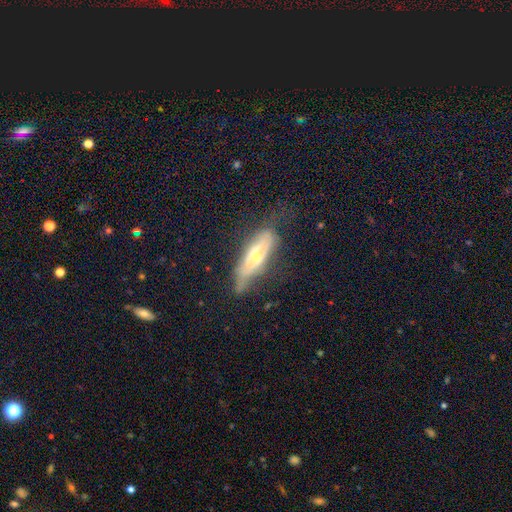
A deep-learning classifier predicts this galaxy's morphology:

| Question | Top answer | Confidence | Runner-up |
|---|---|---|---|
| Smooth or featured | featured or disk | 54% | smooth (38%) |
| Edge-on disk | yes | 53% | no (47%) |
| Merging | none | 51% | minor disturbance (30%) |